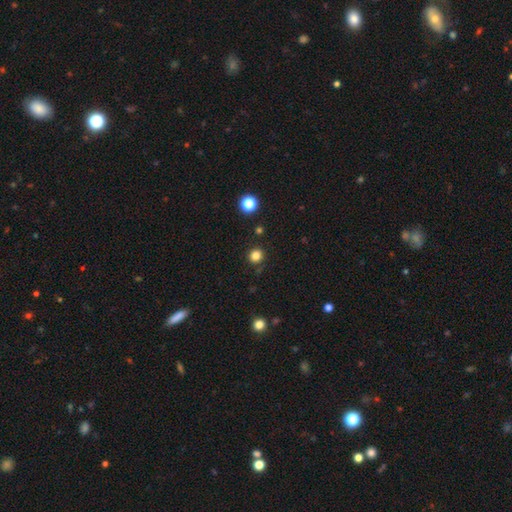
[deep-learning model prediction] A smooth galaxy with no disk features (82%) that is round (93%). Merging: none (88%).